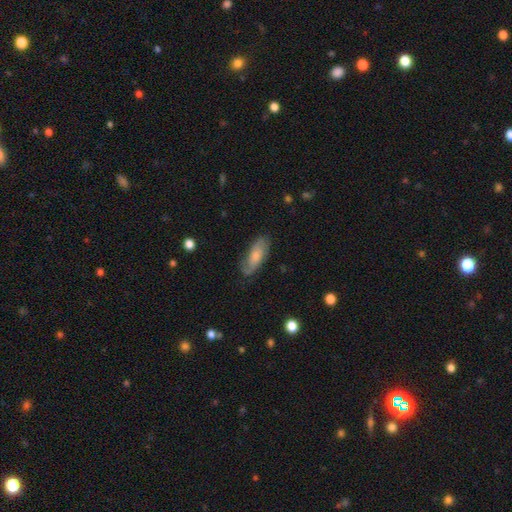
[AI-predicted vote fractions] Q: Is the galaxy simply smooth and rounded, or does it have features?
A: smooth — 51%.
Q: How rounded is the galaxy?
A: in between — 78%.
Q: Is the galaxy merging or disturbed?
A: none — 69%.